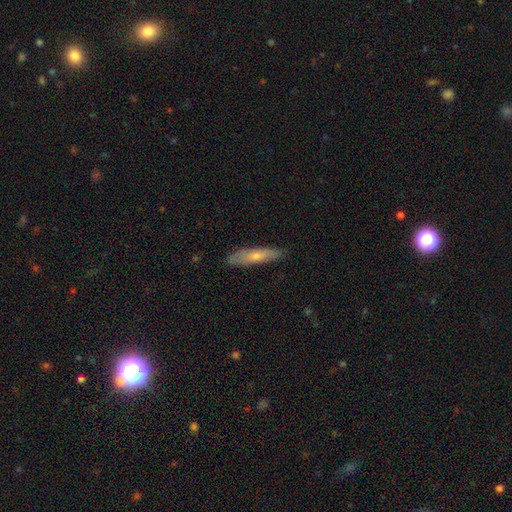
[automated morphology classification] A smooth galaxy with no disk features (63%) that is cigar-shaped (80%). Merging: none (82%).